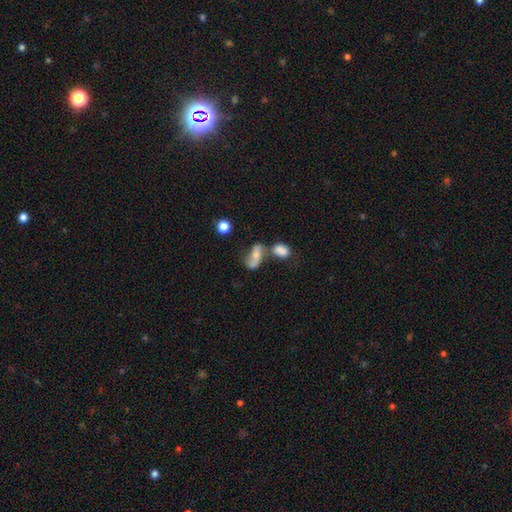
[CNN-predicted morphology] The model was most divided on "smooth or featured": smooth: 45%, featured or disk: 44%, star or artifact: 11%. Remaining: merging — merger (39%).